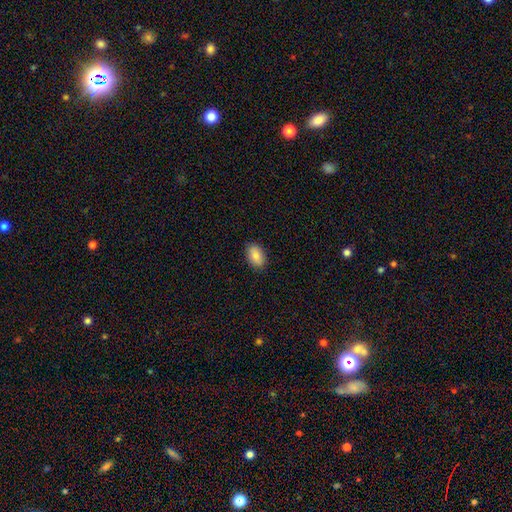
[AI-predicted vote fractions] Smooth or featured? Predicted: smooth (p=0.86). How rounded? Predicted: in between (p=0.90). Merging? Predicted: none (p=0.89).